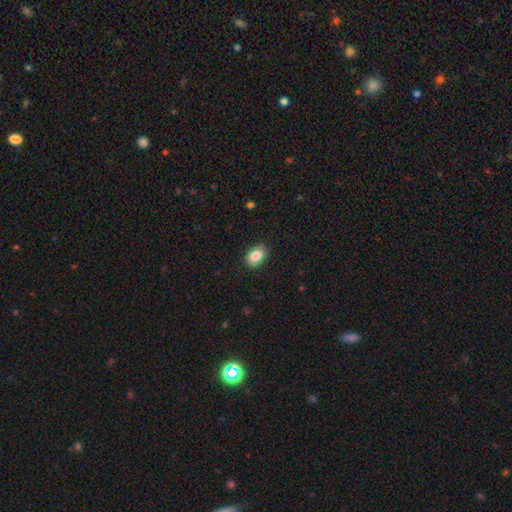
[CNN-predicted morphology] Smooth or featured: smooth — 86% (star or artifact — 8%)
How rounded: in between — 84% (round — 15%)
Merging: none — 85% (minor disturbance — 12%)